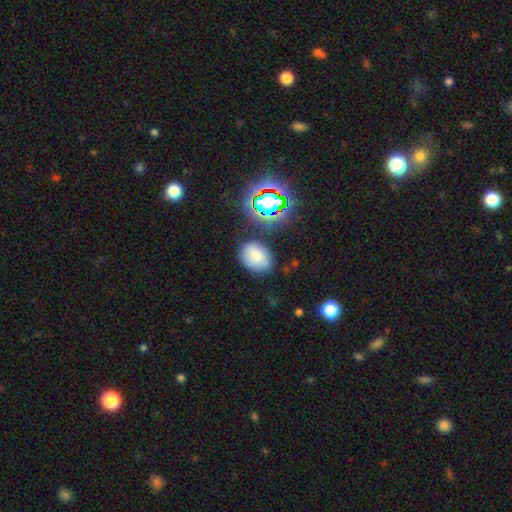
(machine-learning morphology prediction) Smooth or featured: smooth — 70% (featured or disk — 15%)
How rounded: in between — 64% (round — 35%)
Merging: none — 67% (minor disturbance — 21%)